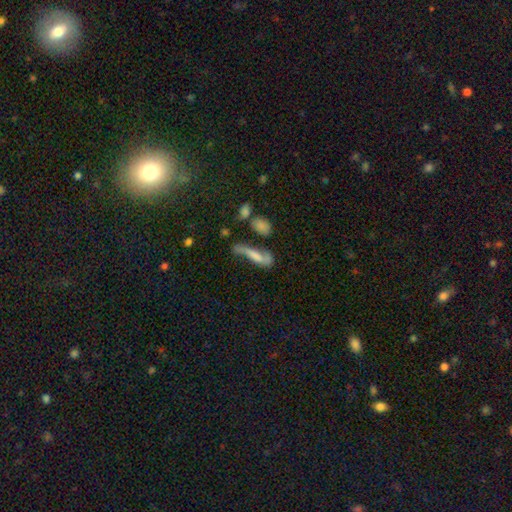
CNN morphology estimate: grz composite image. It shows a smooth galaxy with no disk features (53%) that is cigar-shaped (65%). Merging: none (32%).